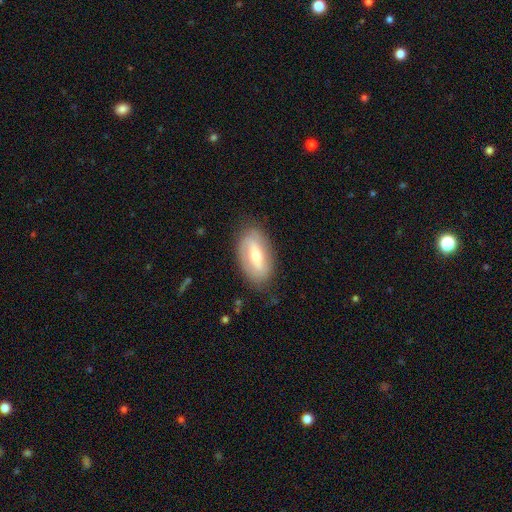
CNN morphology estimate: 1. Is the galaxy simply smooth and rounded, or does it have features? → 47% featured or disk, 43% smooth, 9% star or artifact.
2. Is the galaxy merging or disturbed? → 83% none, 12% minor disturbance, 3% major disturbance, 1% merger.